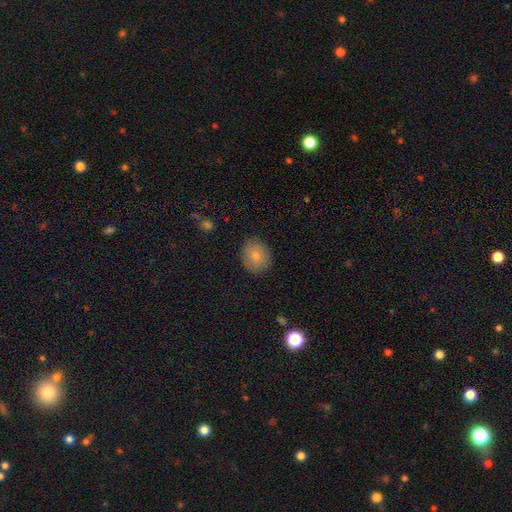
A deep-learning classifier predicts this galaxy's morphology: A smooth galaxy with no disk features (78%) that is round (58%).

Vote fractions:
- Smooth or featured? smooth: 78% / featured or disk: 14% / star or artifact: 8%
- How rounded? round: 58% / in between: 41% / cigar-shaped: 1%
- Merging? none: 85% / minor disturbance: 11% / major disturbance: 3% / merger: 1%